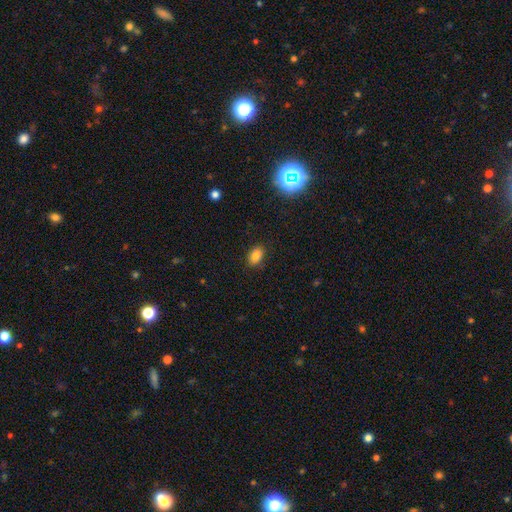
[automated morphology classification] smooth-or-featured: smooth: 82% | star or artifact: 12% | featured or disk: 6%
  how-rounded: in between: 85% | round: 13% | cigar-shaped: 1%
  merging: none: 86% | minor disturbance: 11% | major disturbance: 3% | merger: 1%